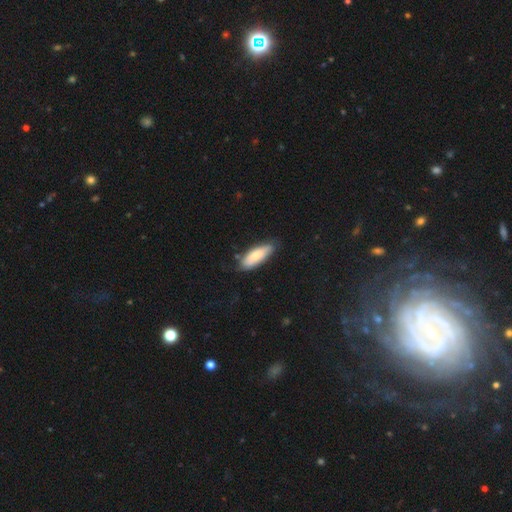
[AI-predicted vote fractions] Smooth or featured? smooth (74%)
How rounded? in between (66%)
Merging? none (72%)